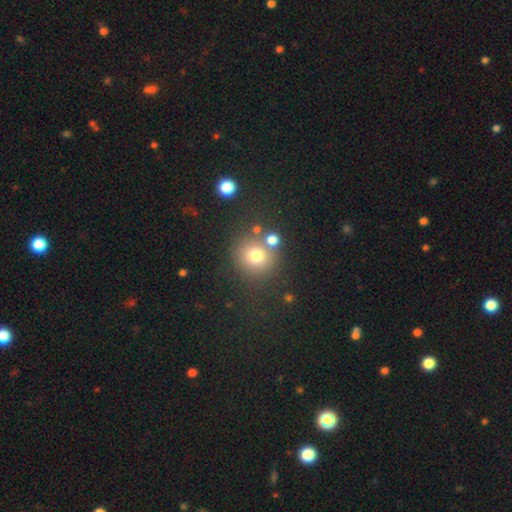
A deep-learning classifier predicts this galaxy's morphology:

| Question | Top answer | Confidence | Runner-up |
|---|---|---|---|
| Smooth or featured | smooth | 74% | star or artifact (16%) |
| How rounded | round | 90% | in between (9%) |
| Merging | none | 73% | merger (14%) |